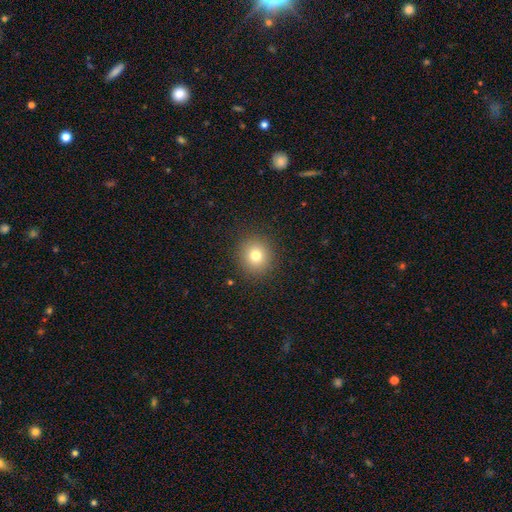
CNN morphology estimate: Smooth or featured? smooth (77%)
How rounded? round (90%)
Merging? none (90%)